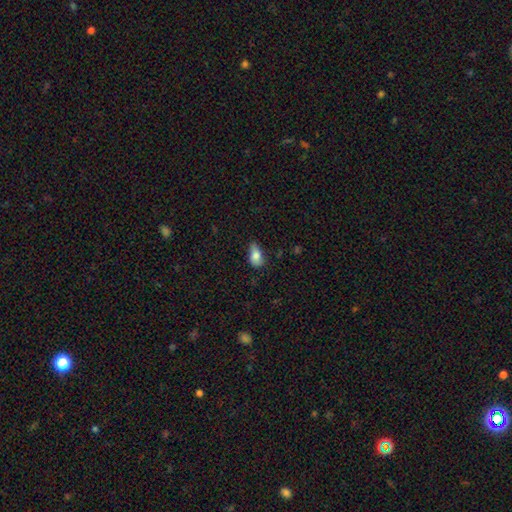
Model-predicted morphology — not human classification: smooth 83%, featured or disk 9%, star or artifact 8%. Down the decision tree: how rounded — in between (88%); merging — none (45%).